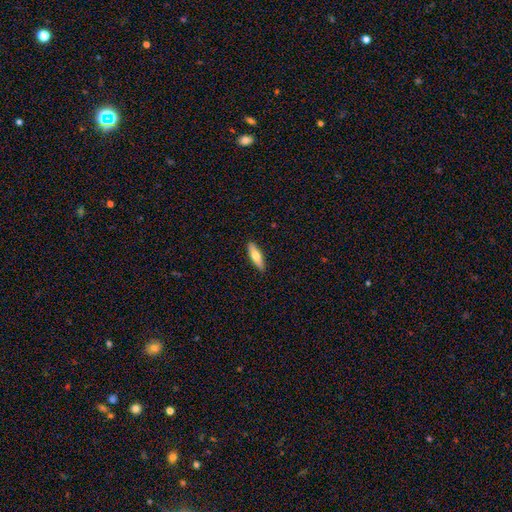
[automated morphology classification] type=smooth (66%); roundness=cigar-shaped (61%); merging=none (89%).